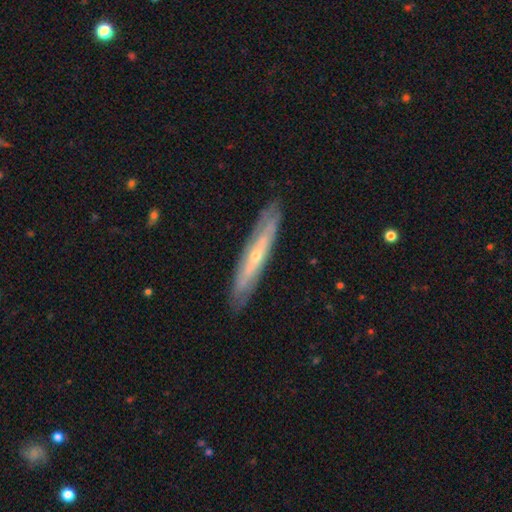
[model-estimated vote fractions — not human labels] Smooth or featured: featured or disk — 68% (smooth — 26%)
Edge-on disk: yes — 60% (no — 40%)
Merging: none — 83% (minor disturbance — 12%)